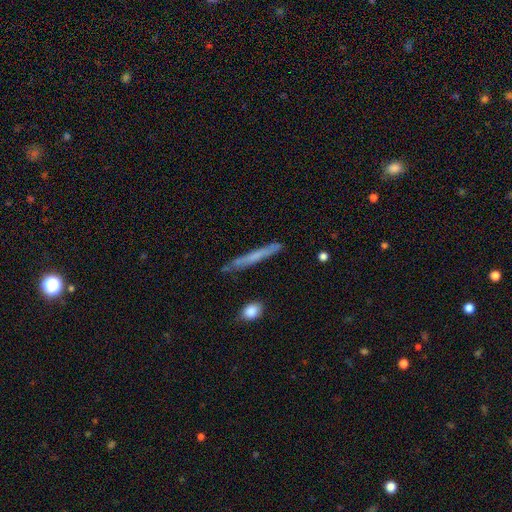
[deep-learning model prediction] Q: Smooth or featured?
A: smooth (54%); runner-up: featured or disk (39%)
Q: How rounded?
A: cigar-shaped (96%); runner-up: in between (3%)
Q: Merging?
A: none (82%); runner-up: minor disturbance (13%)